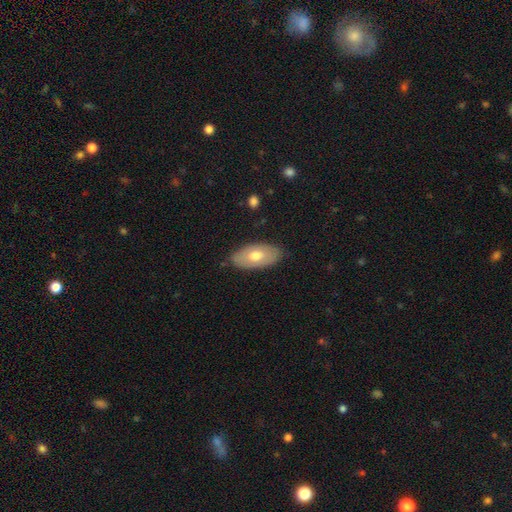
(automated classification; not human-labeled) Overall: smooth (61%; featured or disk 33%). How rounded: in between (93%). Merging: none (83%).